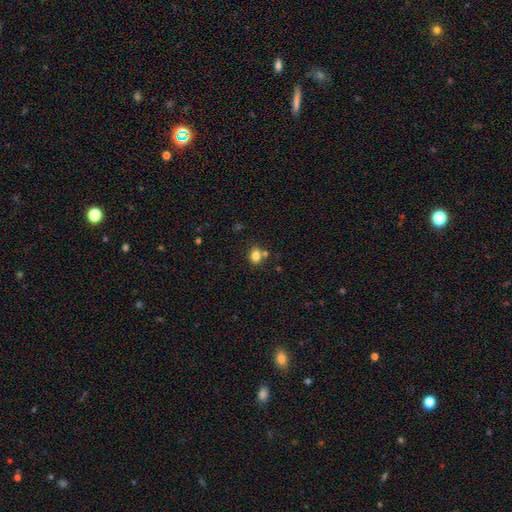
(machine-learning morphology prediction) Smooth or featured? smooth (81%)
How rounded? in between (60%)
Merging? none (67%)